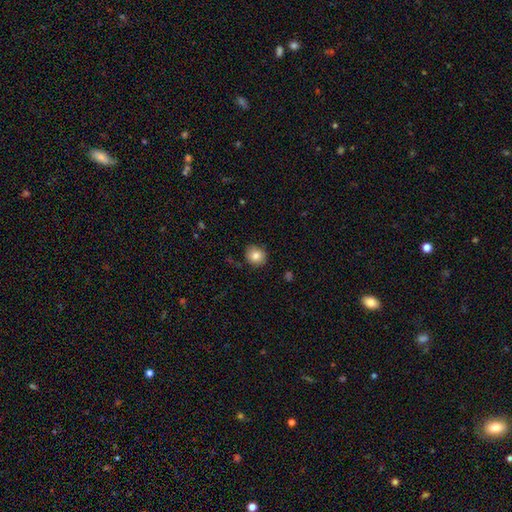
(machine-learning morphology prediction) The model was most divided on "how rounded": round: 84%, in between: 15%, cigar-shaped: 1%. More confident: merging — none (85%); smooth or featured — smooth (83%).